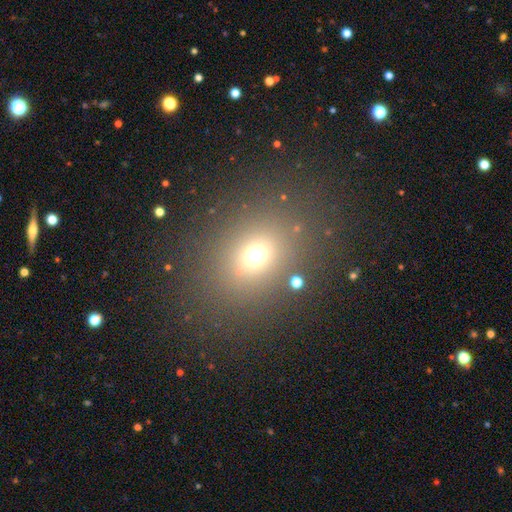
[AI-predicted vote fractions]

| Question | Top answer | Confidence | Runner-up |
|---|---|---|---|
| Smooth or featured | smooth | 66% | star or artifact (23%) |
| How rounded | round | 58% | in between (40%) |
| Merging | none | 82% | minor disturbance (9%) |